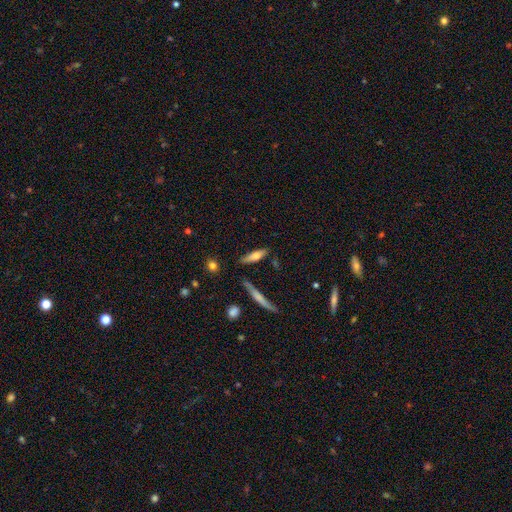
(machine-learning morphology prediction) This appears to be a smooth galaxy with no disk features (65%) that is cigar-shaped (65%). Merging: none (78%).